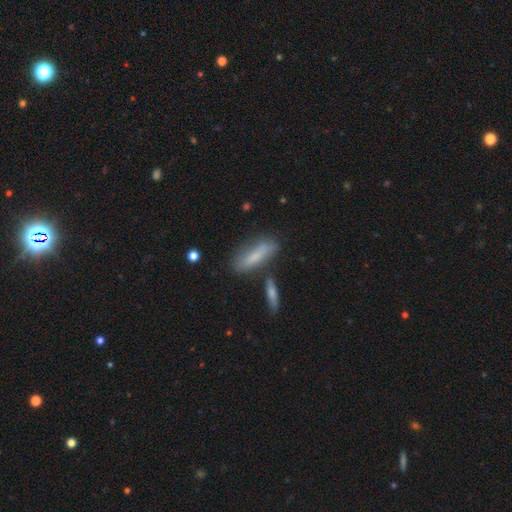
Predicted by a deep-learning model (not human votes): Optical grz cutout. It shows a smooth galaxy with no disk features (67%) that is cigar-shaped (51%). Merging: none (67%).